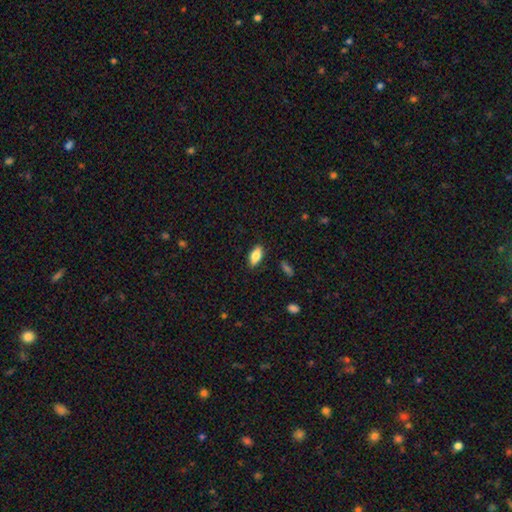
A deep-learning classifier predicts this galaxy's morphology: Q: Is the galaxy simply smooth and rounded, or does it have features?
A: smooth — 80%.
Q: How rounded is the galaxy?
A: in between — 84%.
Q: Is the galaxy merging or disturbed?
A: none — 86%.